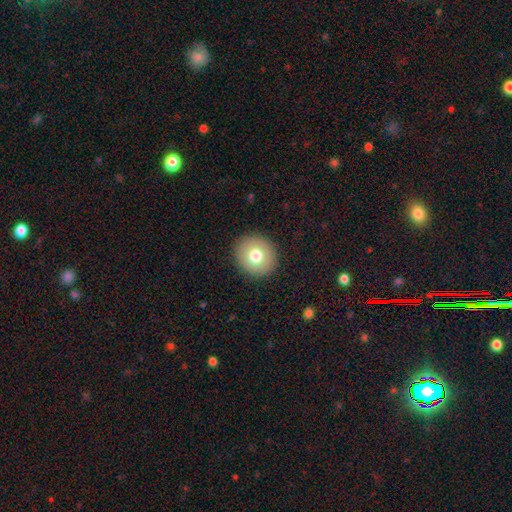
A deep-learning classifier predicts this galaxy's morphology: This is likely a smooth galaxy (75%). How rounded: clearly round (83%). Merging: clearly none (91%).